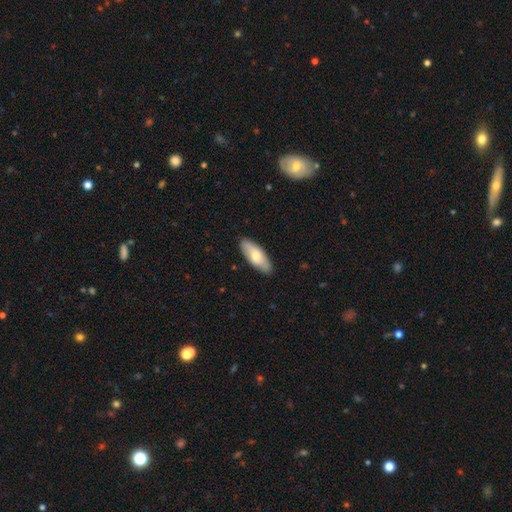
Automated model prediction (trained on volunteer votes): Smooth or featured?
  - smooth: 66% *
  - featured or disk: 29%
  - star or artifact: 5%
How rounded?
  - in between: 75% *
  - cigar-shaped: 22%
  - round: 2%
Merging?
  - none: 87% *
  - minor disturbance: 10%
  - major disturbance: 2%
  - merger: 1%